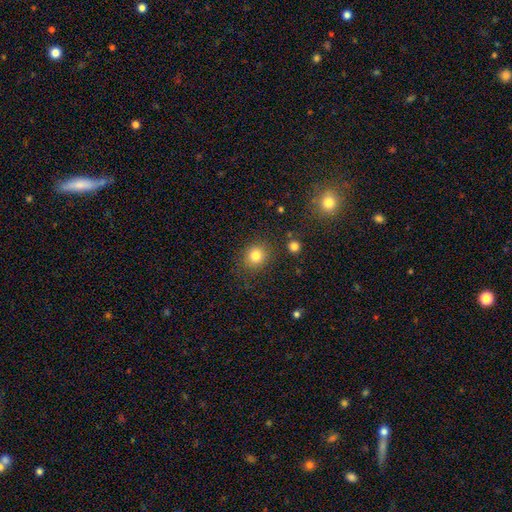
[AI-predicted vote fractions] A smooth galaxy with no disk features (82%) that is round (82%).

Vote fractions:
- Smooth or featured? smooth: 82% / star or artifact: 12% / featured or disk: 7%
- How rounded? round: 82% / in between: 17% / cigar-shaped: 1%
- Merging? none: 85% / minor disturbance: 9% / major disturbance: 3% / merger: 3%